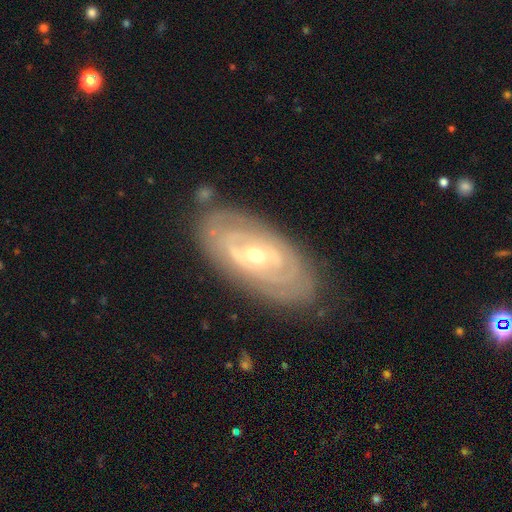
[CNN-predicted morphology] This is clearly a featured or disk galaxy (84%). It is clearly not viewed edge-on (91%). Bar: possibly no (45%). Spiral arm pattern: clearly yes (81%). Spiral arm count: possibly can't tell (49%). Spiral winding: likely tight (79%). Central bulge: possibly moderate (54%). Merging: clearly none (81%).